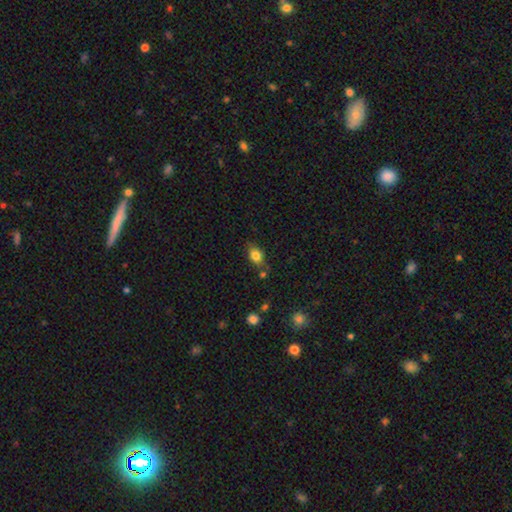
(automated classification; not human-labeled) This appears to be a smooth galaxy with no disk features (81%) that is in between round and cigar-shaped (72%). Merging: none (70%).